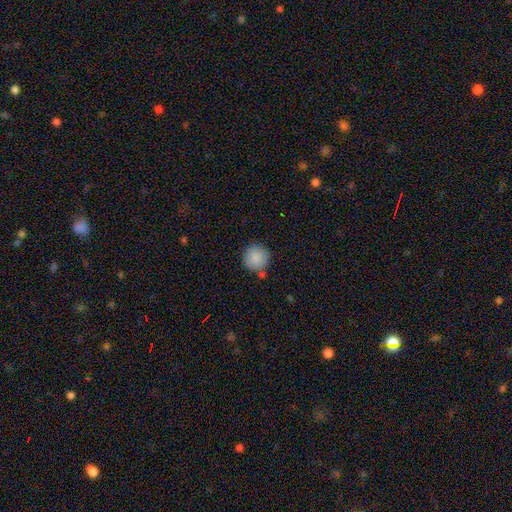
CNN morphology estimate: smooth 88%, star or artifact 7%, featured or disk 5%. Down the decision tree: how rounded — round (94%); merging — none (79%).